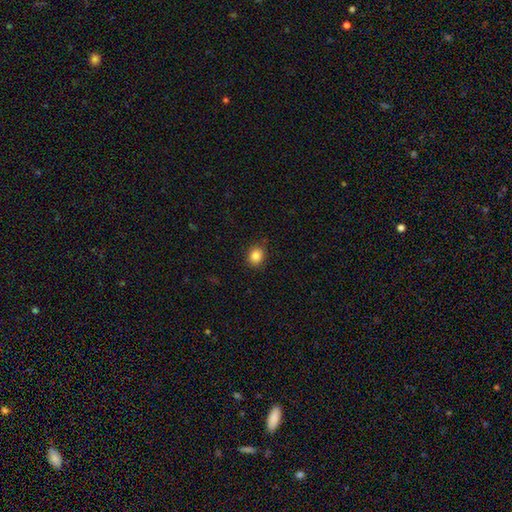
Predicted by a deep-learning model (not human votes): This is clearly a smooth galaxy (86%). How rounded: likely round (62%). Merging: clearly none (86%).